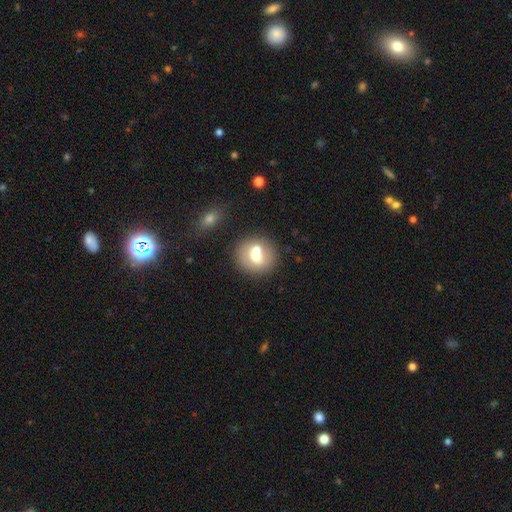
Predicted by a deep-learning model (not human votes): Overall: smooth (65%; featured or disk 26%). How rounded: round (83%). Merging: none (54%; merger 33%).